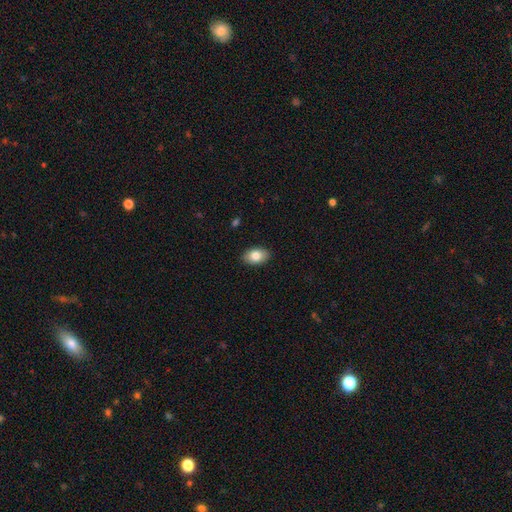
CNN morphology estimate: The model was most divided on "smooth or featured": smooth: 83%, featured or disk: 10%, star or artifact: 7%. More confident: how rounded — in between (90%); merging — none (89%).